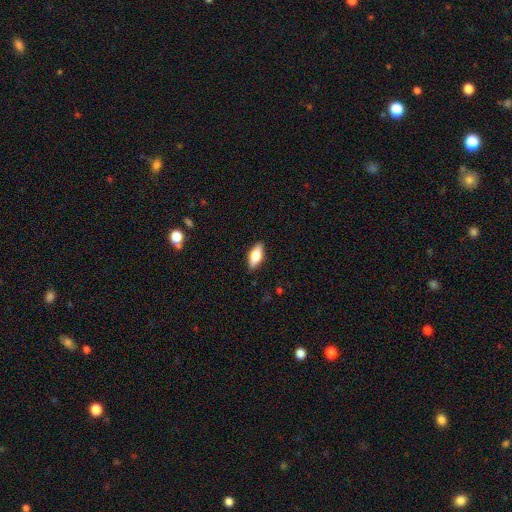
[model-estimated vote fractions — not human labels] This is likely a smooth galaxy (68%). How rounded: clearly in between (81%). Merging: clearly none (88%).